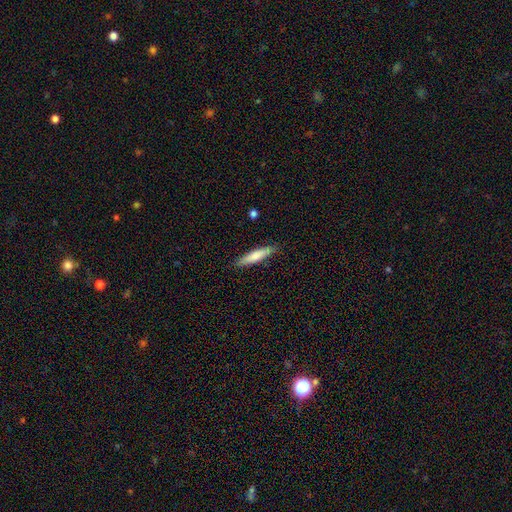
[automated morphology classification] This is likely a smooth galaxy (73%). How rounded: clearly cigar-shaped (84%). Merging: clearly none (87%).